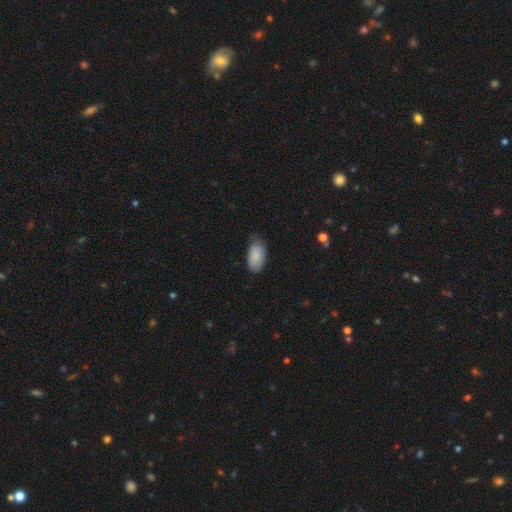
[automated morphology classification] Smooth or featured?
  - smooth: 86% *
  - featured or disk: 7%
  - star or artifact: 6%
How rounded?
  - in between: 95% *
  - round: 3%
  - cigar-shaped: 3%
Merging?
  - none: 65% *
  - minor disturbance: 29%
  - major disturbance: 5%
  - merger: 1%